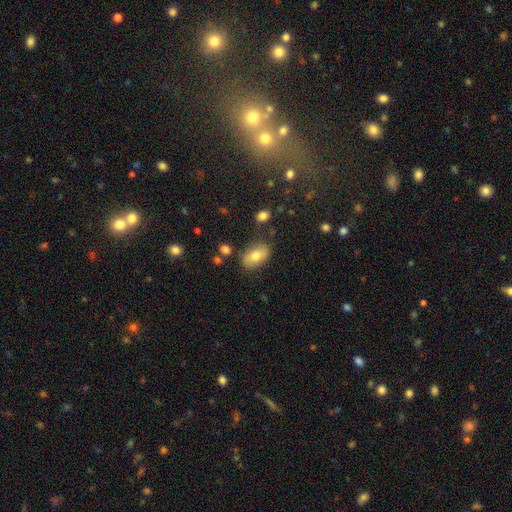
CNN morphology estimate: Overall: smooth (74%). How rounded: in between (91%). Merging: none (78%).